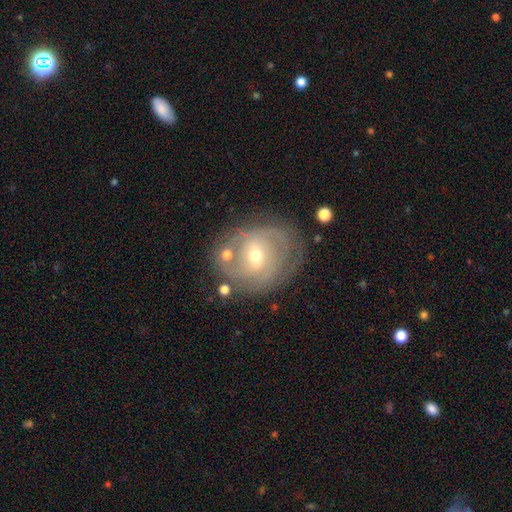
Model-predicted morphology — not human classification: This appears to be a featured or disk galaxy (78%) with a weak bar (49%), 2 (42%) tight (57%) spiral arms (85%) and a moderate central bulge (57%). Merging: none (68%).